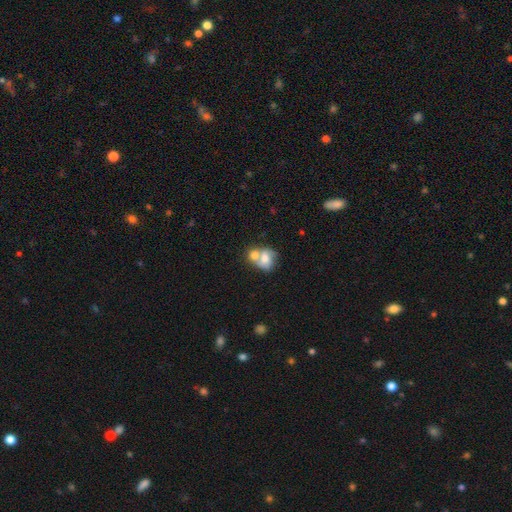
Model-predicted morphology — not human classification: Smooth or featured?
  - smooth: 52% *
  - featured or disk: 38%
  - star or artifact: 9%
How rounded?
  - round: 53% *
  - in between: 46%
  - cigar-shaped: 1%
Merging?
  - merger: 64% *
  - none: 22%
  - minor disturbance: 9%
  - major disturbance: 5%